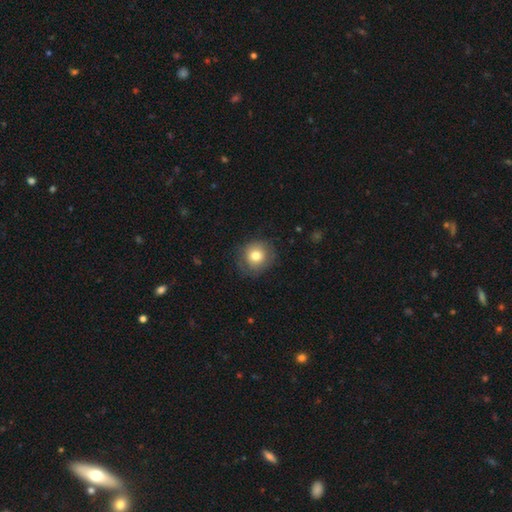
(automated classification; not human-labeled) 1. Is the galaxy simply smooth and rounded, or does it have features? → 77% smooth, 14% featured or disk, 9% star or artifact.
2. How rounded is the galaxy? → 84% round, 15% in between, 1% cigar-shaped.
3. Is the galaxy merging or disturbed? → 76% none, 17% minor disturbance, 6% major disturbance, 1% merger.